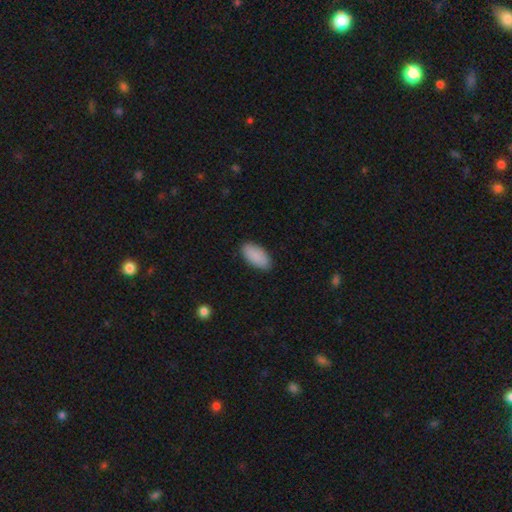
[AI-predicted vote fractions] Morphology: type=smooth (89%); roundness=in between (94%); merging=none (87%).